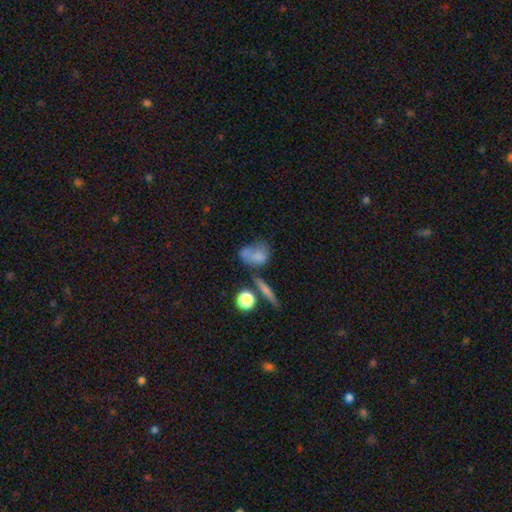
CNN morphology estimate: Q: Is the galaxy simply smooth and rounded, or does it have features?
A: smooth — 65%.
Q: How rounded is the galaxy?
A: in between — 65%.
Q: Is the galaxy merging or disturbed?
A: merger — 32%.